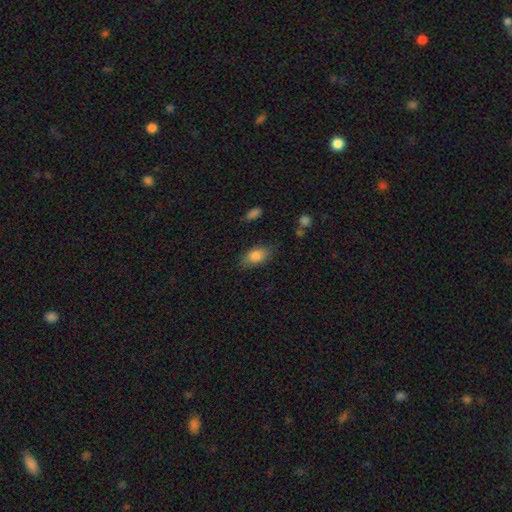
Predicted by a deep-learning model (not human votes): smooth-or-featured: smooth: 85% | star or artifact: 8% | featured or disk: 7%
  how-rounded: in between: 89% | round: 8% | cigar-shaped: 3%
  merging: none: 75% | minor disturbance: 18% | major disturbance: 5% | merger: 2%